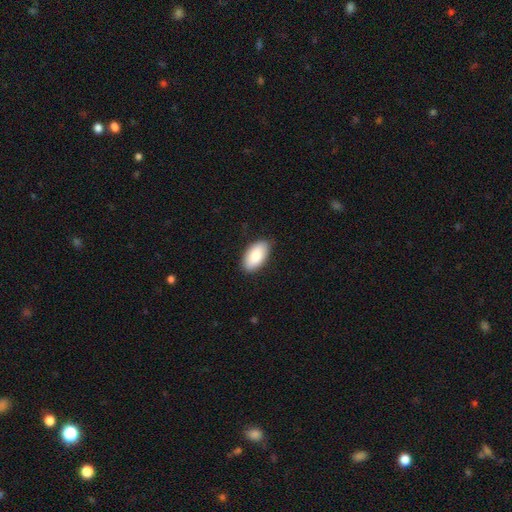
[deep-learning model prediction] Q: Smooth or featured?
A: smooth (86%); runner-up: featured or disk (8%)
Q: How rounded?
A: in between (95%); runner-up: round (3%)
Q: Merging?
A: none (86%); runner-up: minor disturbance (11%)